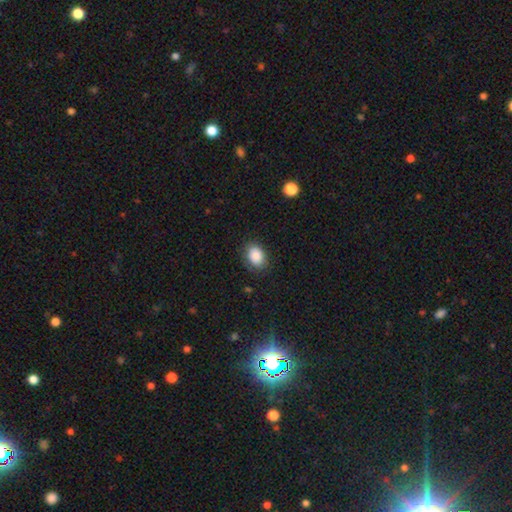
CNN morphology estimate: This is clearly a smooth galaxy (87%). How rounded: likely in between (74%). Merging: clearly none (81%).